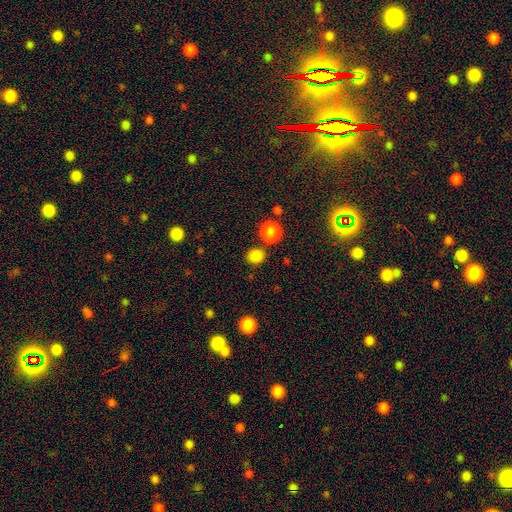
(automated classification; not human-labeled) Smooth or featured? Predicted: smooth (p=0.83). How rounded? Predicted: round (p=0.81). Merging? Predicted: none (p=0.79).